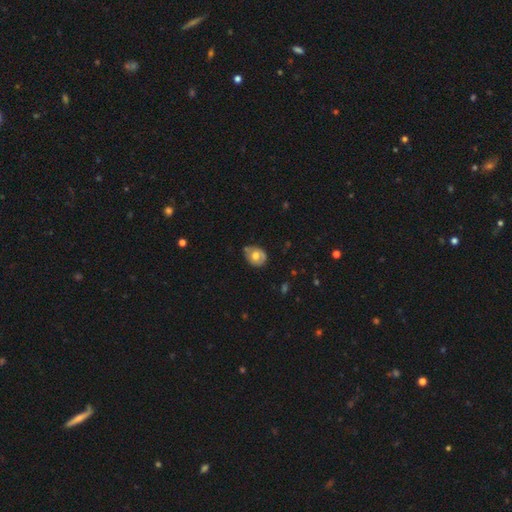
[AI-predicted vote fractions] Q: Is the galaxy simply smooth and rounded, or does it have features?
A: smooth — 58%.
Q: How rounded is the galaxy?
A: round — 55%.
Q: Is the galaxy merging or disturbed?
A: none — 62%.